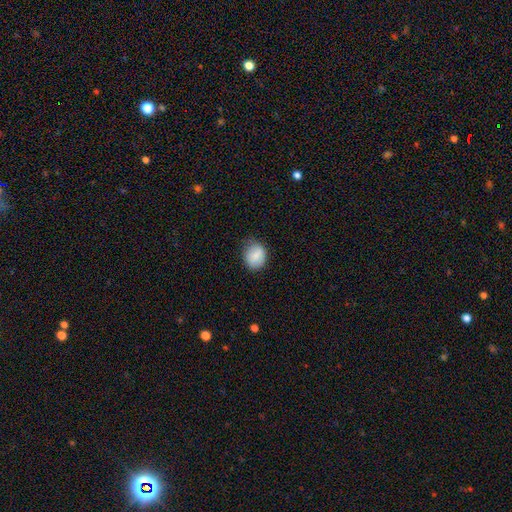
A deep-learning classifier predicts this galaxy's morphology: A smooth galaxy with no disk features (85%) that is round (57%).

Vote fractions:
- Smooth or featured? smooth: 85% / star or artifact: 7% / featured or disk: 7%
- How rounded? round: 57% / in between: 43% / cigar-shaped: 1%
- Merging? none: 67% / minor disturbance: 26% / major disturbance: 5% / merger: 1%